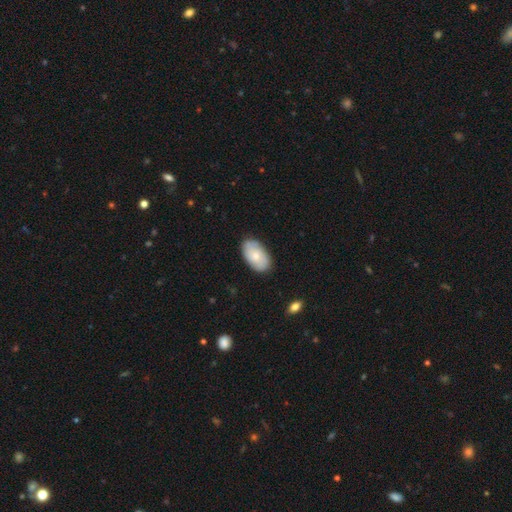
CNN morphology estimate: Smooth or featured? Predicted: smooth (p=0.59). How rounded? Predicted: in between (p=0.93). Merging? Predicted: none (p=0.80).